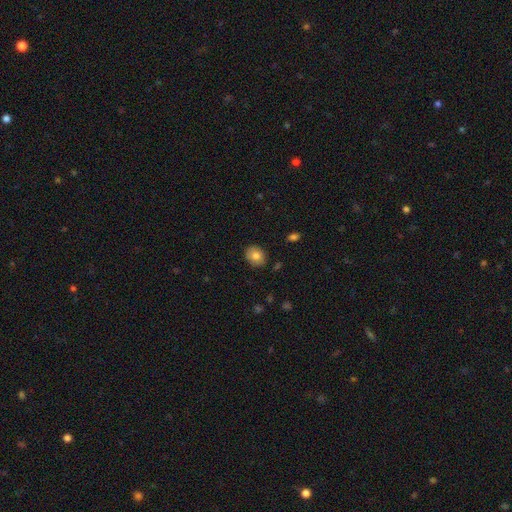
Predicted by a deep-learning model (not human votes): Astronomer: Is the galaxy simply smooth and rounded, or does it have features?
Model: smooth — 80%.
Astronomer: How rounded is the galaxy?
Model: round — 58% (runner-up: in between, 41%).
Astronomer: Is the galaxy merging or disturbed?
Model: none — 87%.